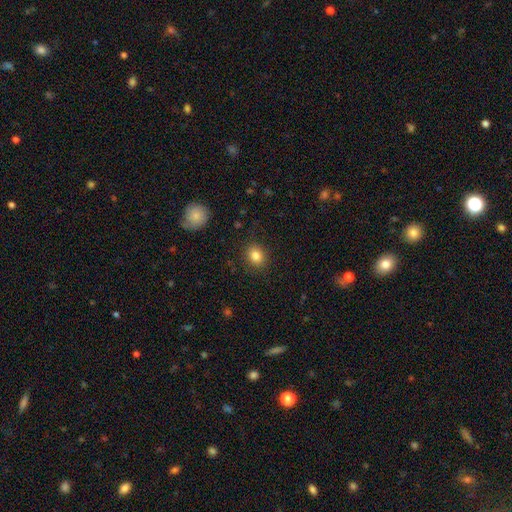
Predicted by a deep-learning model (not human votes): Smooth or featured?
  - smooth: 84% *
  - star or artifact: 10%
  - featured or disk: 6%
How rounded?
  - round: 64% *
  - in between: 35%
  - cigar-shaped: 1%
Merging?
  - none: 87% *
  - minor disturbance: 9%
  - major disturbance: 3%
  - merger: 1%